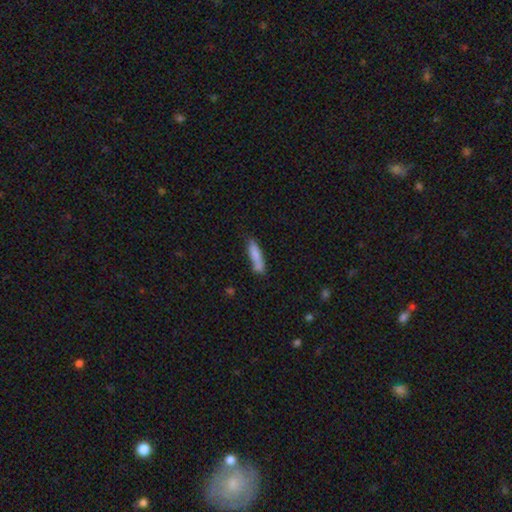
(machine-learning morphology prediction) Q: Smooth or featured?
A: smooth (80%); runner-up: featured or disk (12%)
Q: How rounded?
A: cigar-shaped (73%); runner-up: in between (26%)
Q: Merging?
A: none (59%); runner-up: minor disturbance (21%)